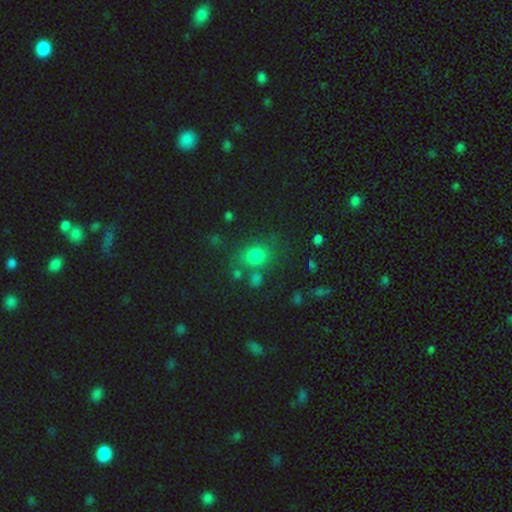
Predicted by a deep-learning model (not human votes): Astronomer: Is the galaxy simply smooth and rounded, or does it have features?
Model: smooth — 75%.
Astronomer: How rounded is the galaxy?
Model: round — 53% (runner-up: in between, 45%).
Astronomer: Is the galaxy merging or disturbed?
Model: none — 68%.